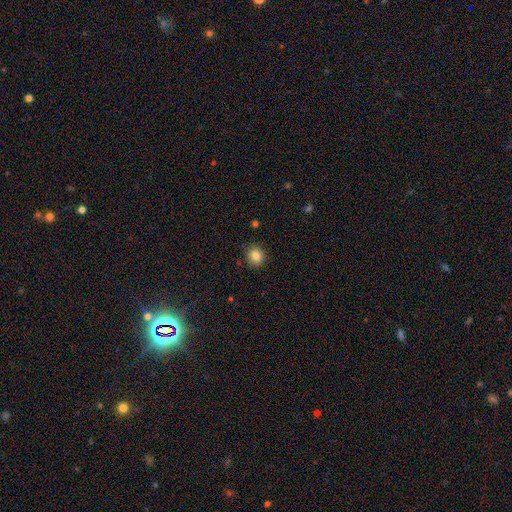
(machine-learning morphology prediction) Smooth or featured?
  - smooth: 84% *
  - star or artifact: 11%
  - featured or disk: 6%
How rounded?
  - round: 79% *
  - in between: 20%
  - cigar-shaped: 1%
Merging?
  - none: 86% *
  - minor disturbance: 10%
  - major disturbance: 2%
  - merger: 1%